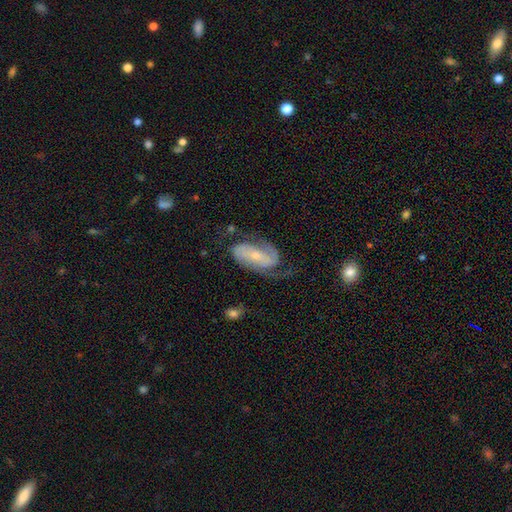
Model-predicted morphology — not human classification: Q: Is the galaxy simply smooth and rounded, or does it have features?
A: featured or disk — 83%.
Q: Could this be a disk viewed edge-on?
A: no — 96%.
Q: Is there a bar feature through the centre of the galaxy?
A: no — 42%.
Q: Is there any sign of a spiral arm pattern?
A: yes — 95%.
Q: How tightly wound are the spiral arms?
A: medium — 44%.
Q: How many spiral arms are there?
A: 2 — 81%.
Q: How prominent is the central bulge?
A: small — 64%.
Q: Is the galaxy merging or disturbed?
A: none — 59%.